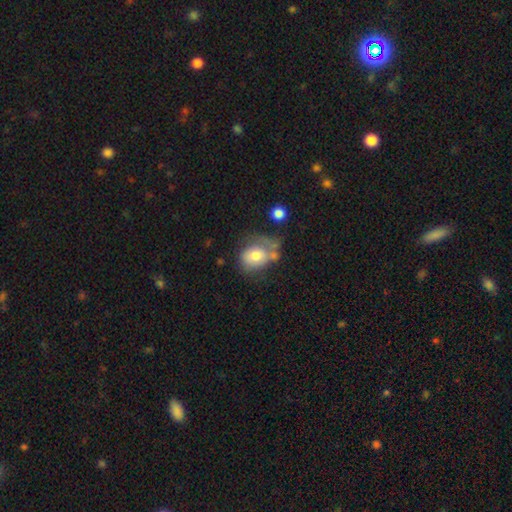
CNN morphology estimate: Overall: smooth (70%). How rounded: in between (51%; round 49%). Merging: none (34%; minor disturbance 26%).